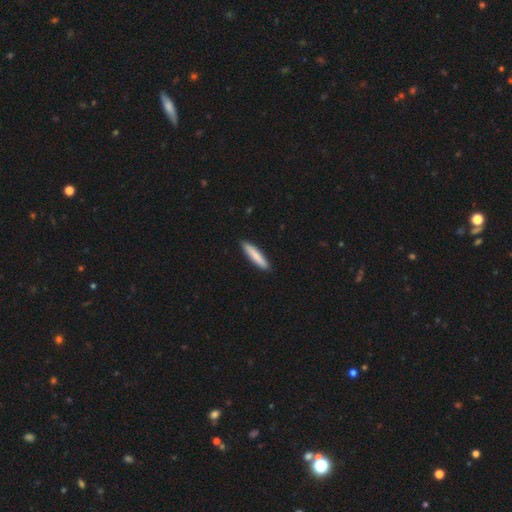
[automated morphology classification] type=smooth (83%); roundness=cigar-shaped (89%); merging=none (90%).